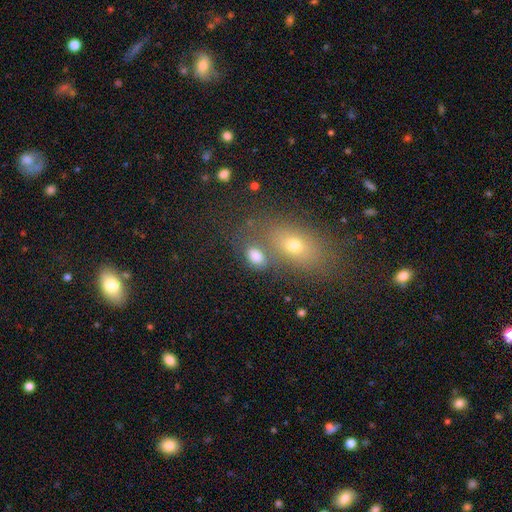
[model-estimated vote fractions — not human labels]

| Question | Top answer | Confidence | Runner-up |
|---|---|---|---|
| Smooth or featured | smooth | 75% | star or artifact (14%) |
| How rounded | in between | 80% | round (18%) |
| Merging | none | 56% | merger (22%) |